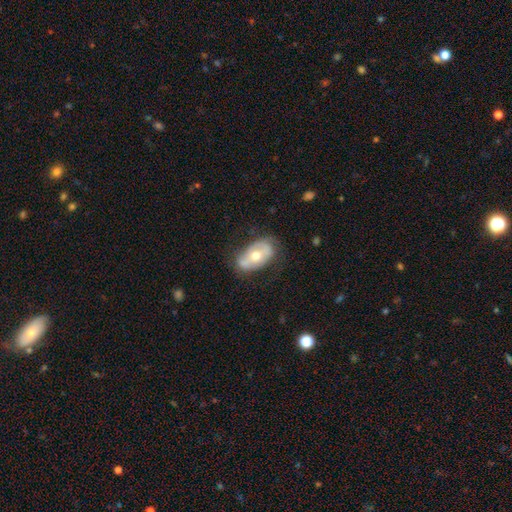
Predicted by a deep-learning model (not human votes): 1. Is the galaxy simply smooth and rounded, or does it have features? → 53% featured or disk, 40% smooth, 7% star or artifact.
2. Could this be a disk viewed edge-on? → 88% no, 12% yes.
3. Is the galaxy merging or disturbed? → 69% none, 22% minor disturbance, 7% major disturbance, 2% merger.